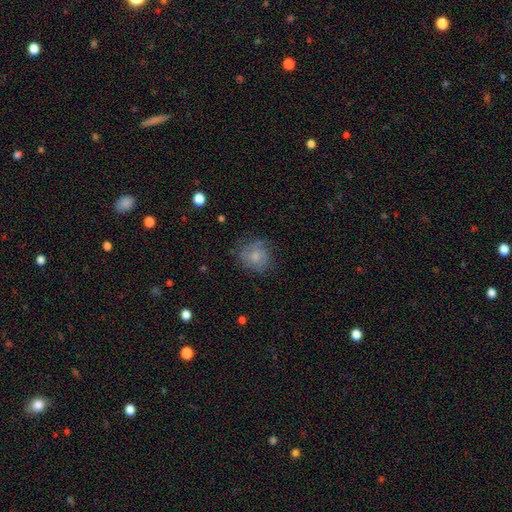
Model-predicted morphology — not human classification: This is likely a smooth galaxy (66%). How rounded: likely round (76%). Merging: likely none (61%).